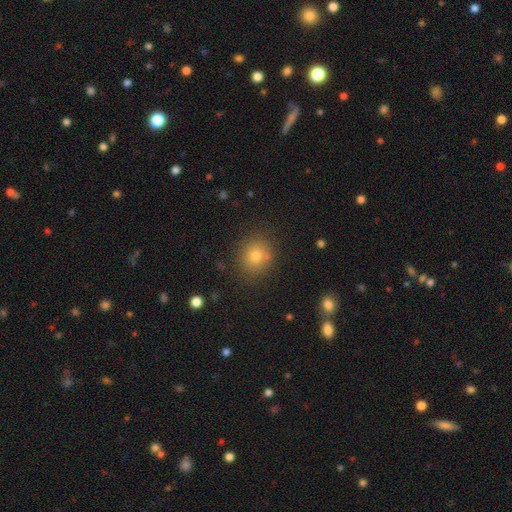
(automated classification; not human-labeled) smooth 75%, star or artifact 16%, featured or disk 9%. Down the decision tree: how rounded — round (79%); merging — none (81%).